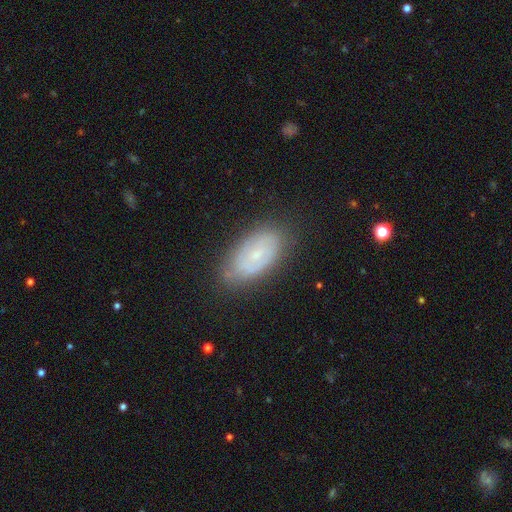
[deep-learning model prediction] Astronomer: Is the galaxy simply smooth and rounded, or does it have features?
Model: featured or disk — 54% (runner-up: smooth, 38%).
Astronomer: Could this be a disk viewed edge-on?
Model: no — 92%.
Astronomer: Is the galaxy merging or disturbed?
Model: none — 74%.